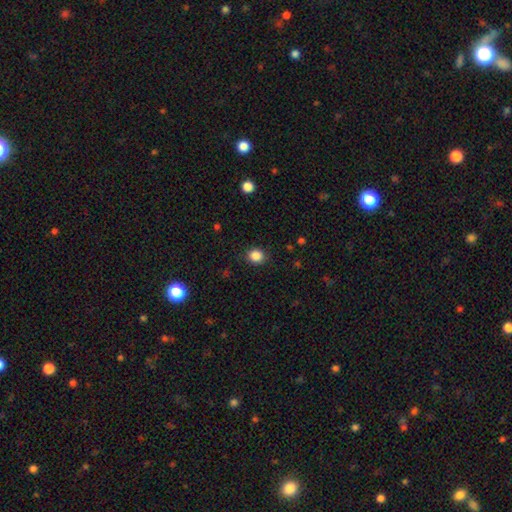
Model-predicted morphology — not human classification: The model was most divided on "how rounded": round: 73%, in between: 26%, cigar-shaped: 1%. More confident: merging — none (88%); smooth or featured — smooth (86%).